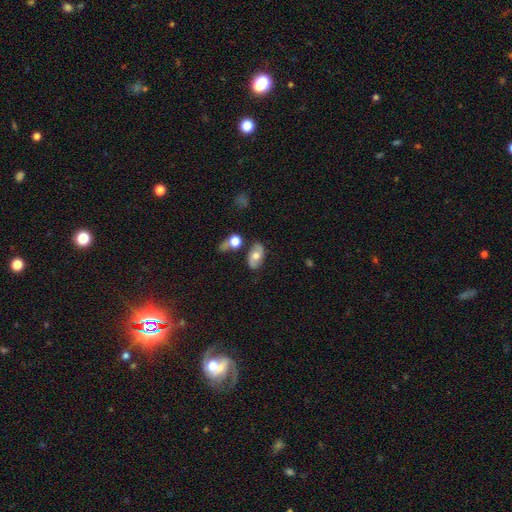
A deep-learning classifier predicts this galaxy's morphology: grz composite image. It shows a featured or disk galaxy (46%, tied with smooth). Merging: none (72%).